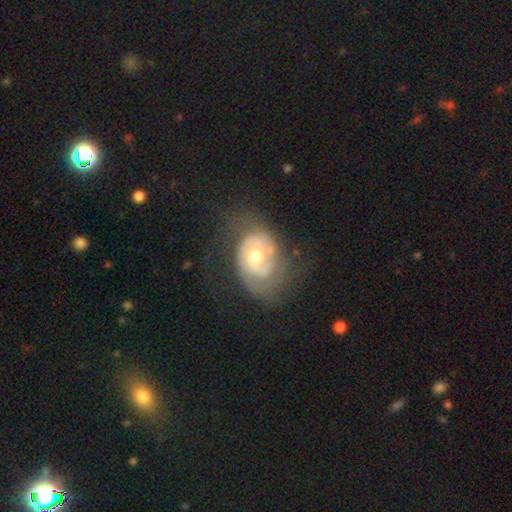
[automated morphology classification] Q: Smooth or featured?
A: featured or disk (77%); runner-up: smooth (17%)
Q: Edge-on disk?
A: no (97%); runner-up: yes (3%)
Q: Bar?
A: no (62%); runner-up: weak (32%)
Q: Spiral arms?
A: yes (87%); runner-up: no (13%)
Q: Spiral winding?
A: tight (48%); runner-up: medium (37%)
Q: Spiral arm count?
A: 2 (57%); runner-up: can't tell (23%)
Q: Bulge size?
A: moderate (66%); runner-up: small (28%)
Q: Merging?
A: none (52%); runner-up: minor disturbance (24%)